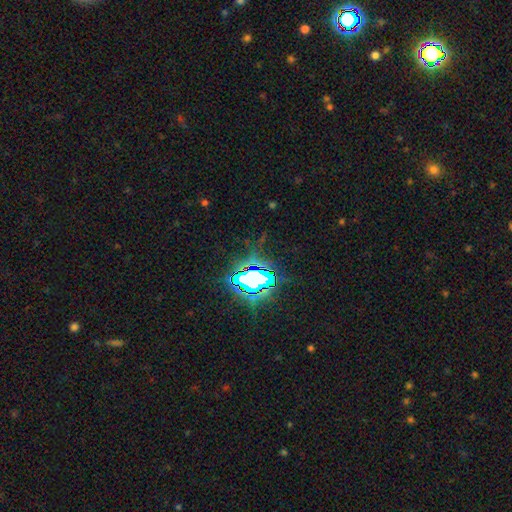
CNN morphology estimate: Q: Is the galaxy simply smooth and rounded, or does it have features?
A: star or artifact — 78%.